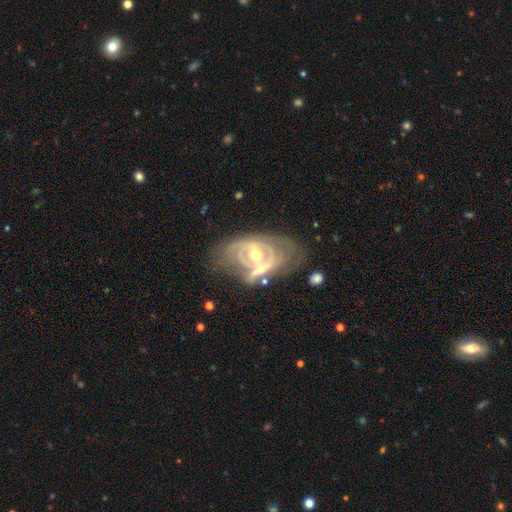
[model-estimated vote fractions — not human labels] smooth-or-featured: featured or disk: 84% | smooth: 10% | star or artifact: 6%
  disk-edge-on: no: 94% | yes: 6%
    bar: no: 41% | weak: 34% | strong: 25%
    has-spiral-arms: yes: 70% | no: 30%
      spiral-winding: tight: 53% | medium: 33% | loose: 14%
      spiral-arm-count: 2: 47% | can't tell: 33% | 3: 8% | 1: 7% | 4: 3% | more than 4: 2%
    bulge-size: moderate: 65% | small: 30% | large: 3% | none: 1% | dominant: 1%
  merging: none: 44% | minor disturbance: 22% | major disturbance: 19% | merger: 15%